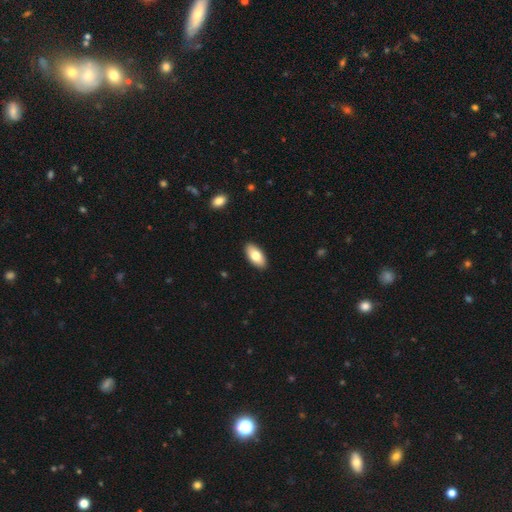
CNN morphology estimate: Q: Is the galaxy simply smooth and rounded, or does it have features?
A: smooth — 77%.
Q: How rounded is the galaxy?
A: in between — 92%.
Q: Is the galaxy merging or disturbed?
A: none — 90%.